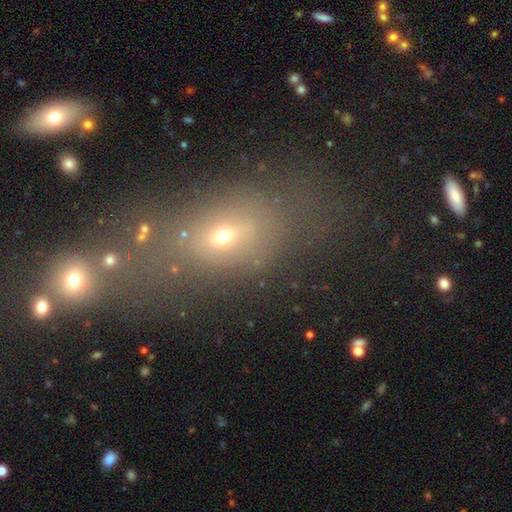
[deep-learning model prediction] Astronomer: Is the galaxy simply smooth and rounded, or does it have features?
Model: smooth — 53%.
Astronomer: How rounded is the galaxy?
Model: in between — 68%.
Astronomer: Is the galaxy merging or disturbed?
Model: none — 44% (runner-up: merger, 26%).